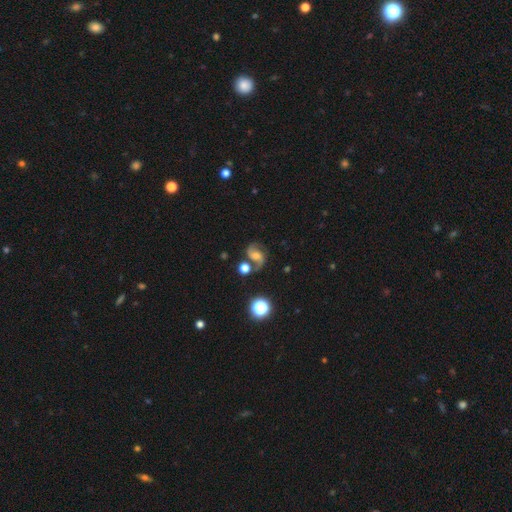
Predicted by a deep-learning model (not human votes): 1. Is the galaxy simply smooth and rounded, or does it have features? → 82% featured or disk, 9% star or artifact, 8% smooth.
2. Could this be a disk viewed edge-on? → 98% no, 2% yes.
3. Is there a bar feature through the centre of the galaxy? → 43% no (tied), 43% weak (tied), 14% strong.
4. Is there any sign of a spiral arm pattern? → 97% yes, 3% no.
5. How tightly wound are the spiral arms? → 50% medium, 39% loose, 11% tight.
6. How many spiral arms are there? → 93% 2, 2% 1, 2% can't tell, 1% 3, 1% 4, 1% more than 4.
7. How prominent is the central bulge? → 50% moderate, 33% small, 8% large, 8% none, 2% dominant.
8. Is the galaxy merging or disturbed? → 71% none, 13% minor disturbance, 9% merger, 6% major disturbance.